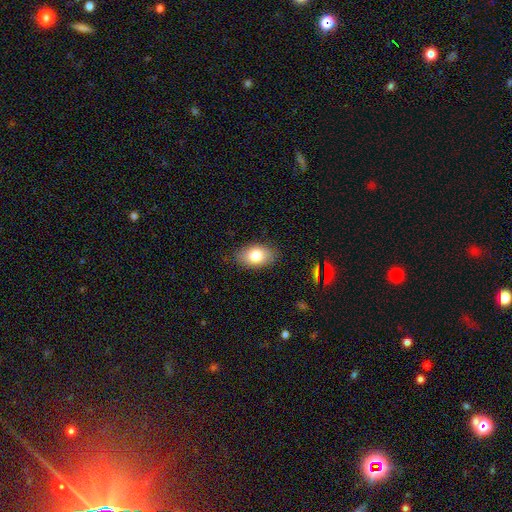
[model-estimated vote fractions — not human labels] The model was most divided on "smooth or featured": smooth: 79%, featured or disk: 13%, star or artifact: 8%. More confident: how rounded — in between (88%); merging — none (83%).